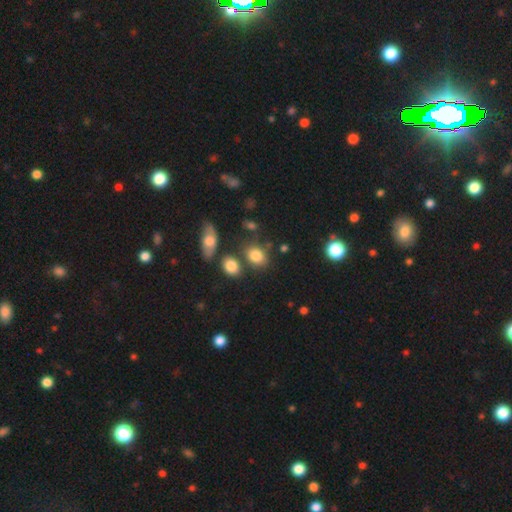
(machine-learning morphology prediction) Overall: smooth (81%). How rounded: in between (70%). Merging: none (67%).